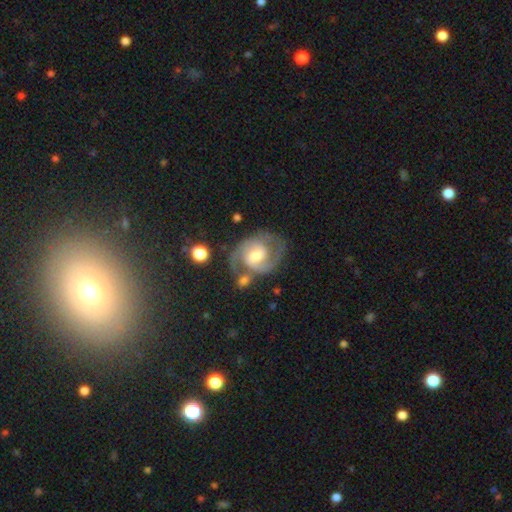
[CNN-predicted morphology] A featured or disk galaxy (83%) with a weak bar (48%), 2 (86%) medium (53%) spiral arms (94%) and a moderate central bulge (63%). Merging: none (58%).